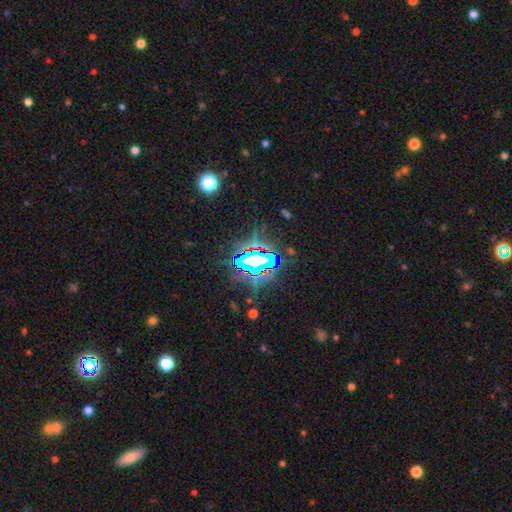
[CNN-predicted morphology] A star or artifact, not a galaxy (75%).

Vote fractions:
- Smooth or featured? star or artifact: 75% / smooth: 13% / featured or disk: 12%